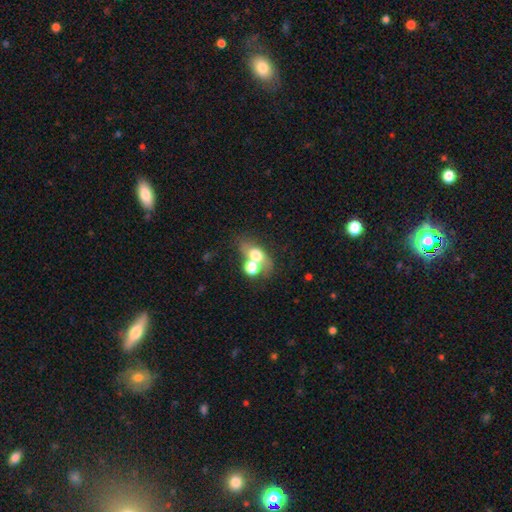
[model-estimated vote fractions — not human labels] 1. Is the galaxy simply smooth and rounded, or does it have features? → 62% smooth, 25% featured or disk, 13% star or artifact.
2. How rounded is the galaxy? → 61% in between, 34% round, 5% cigar-shaped.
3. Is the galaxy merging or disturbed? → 43% merger, 38% none, 11% minor disturbance, 8% major disturbance.